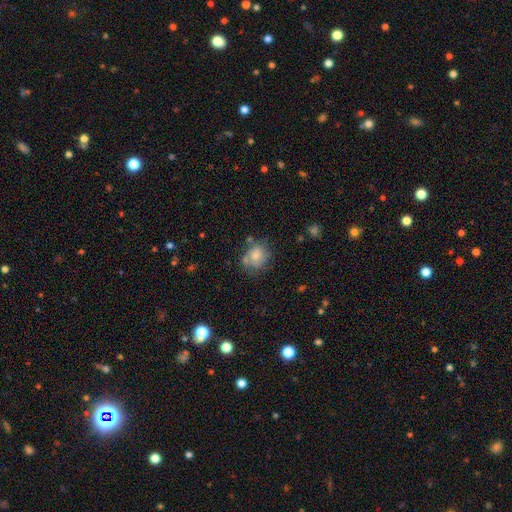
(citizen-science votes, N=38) This is likely a smooth galaxy (68%). How rounded: possibly round (58%). Merging: possibly none (46%).